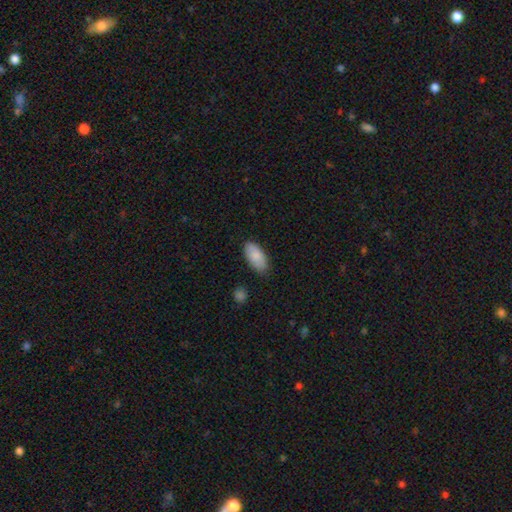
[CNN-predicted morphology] smooth_or_featured: smooth (p=0.86) [alt: featured or disk p=0.08]
how_rounded: in between (p=0.93) [alt: cigar-shaped p=0.05]
merging: none (p=0.81) [alt: minor disturbance p=0.15]